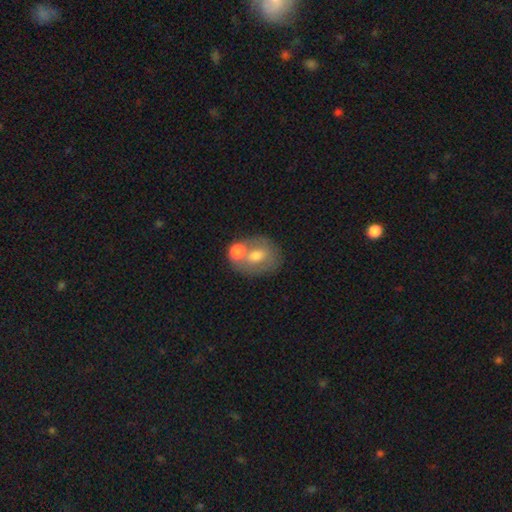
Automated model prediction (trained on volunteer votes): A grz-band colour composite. It shows a smooth galaxy with no disk features (59%) that is round (52%). Merging: merger (44%).